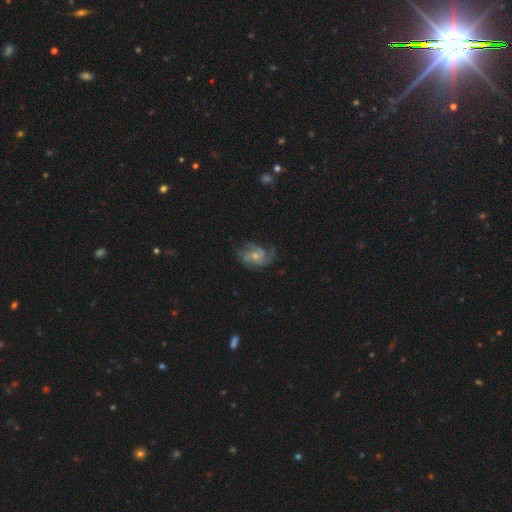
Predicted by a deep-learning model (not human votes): smooth_or_featured: featured or disk (p=0.75) [alt: smooth p=0.17]
disk_edge_on: no (p=0.97) [alt: yes p=0.03]
bar: no (p=0.72) [alt: weak p=0.25]
has_spiral_arms: yes (p=0.90) [alt: no p=0.10]
spiral_winding: medium (p=0.44) [alt: tight p=0.32]
spiral_arm_count: 3 (p=0.30) [alt: can't tell p=0.27]
bulge_size: small (p=0.49) [alt: moderate p=0.45]
merging: none (p=0.60) [alt: minor disturbance p=0.22]